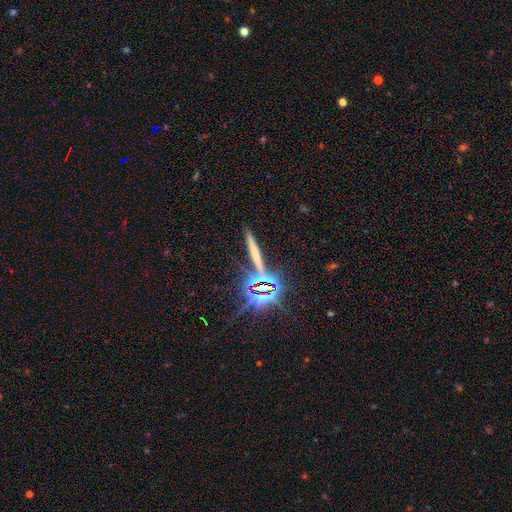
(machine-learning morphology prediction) Smooth or featured? smooth (40%)
Merging? none (82%)